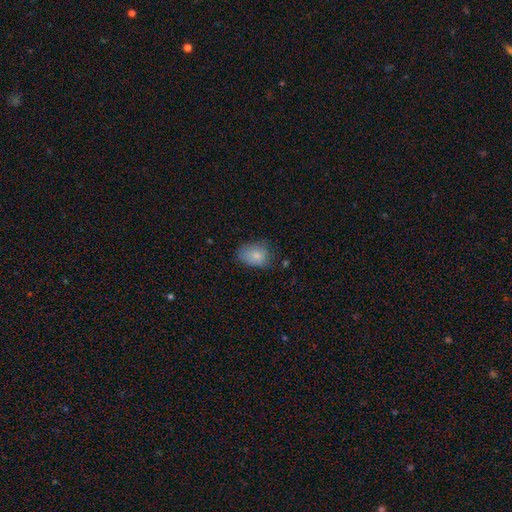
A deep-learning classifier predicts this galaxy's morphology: This is clearly a smooth galaxy (81%). How rounded: likely in between (70%). Merging: possibly none (59%).